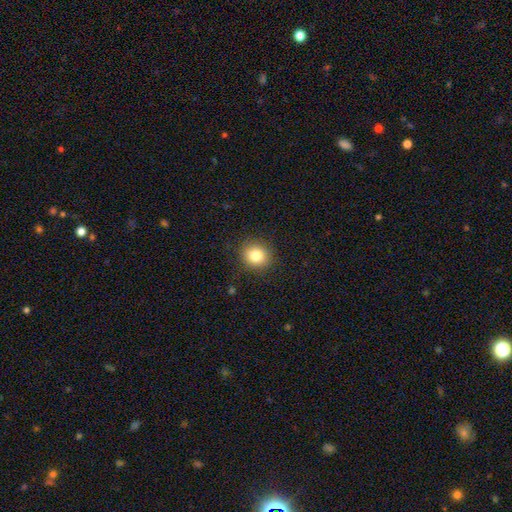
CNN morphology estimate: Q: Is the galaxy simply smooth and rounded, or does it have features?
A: smooth — 82%.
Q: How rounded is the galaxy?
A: round — 87%.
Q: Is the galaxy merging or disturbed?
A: none — 89%.